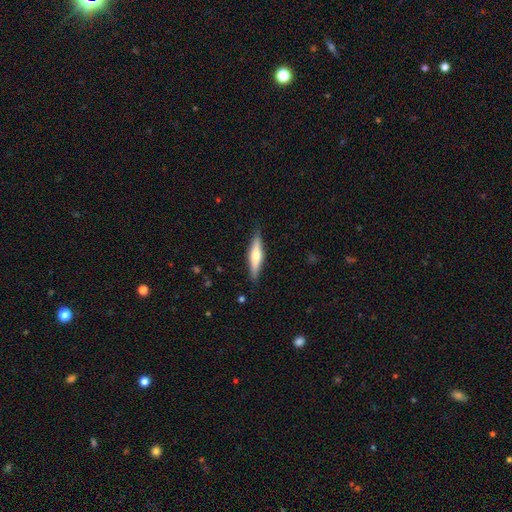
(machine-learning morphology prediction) A featured or disk galaxy (51%) viewed edge-on (95%).

Vote fractions:
- Smooth or featured? featured or disk: 51% / smooth: 44% / star or artifact: 6%
- Edge-on disk? yes: 95% / no: 5%
- Merging? none: 88% / minor disturbance: 9% / major disturbance: 2% / merger: 1%